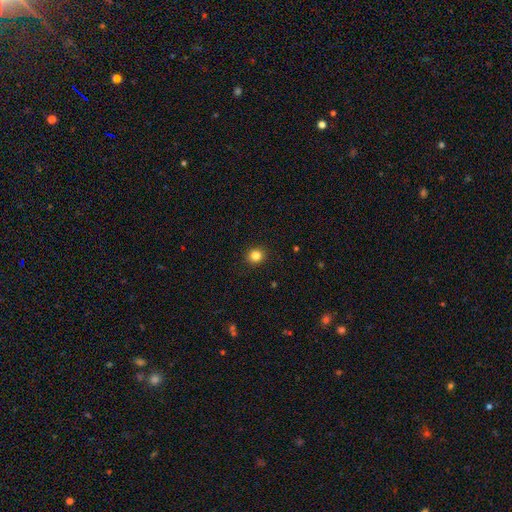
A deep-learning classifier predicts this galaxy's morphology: smooth_or_featured: smooth (p=0.84) [alt: star or artifact p=0.12]
how_rounded: round (p=0.86) [alt: in between p=0.13]
merging: none (p=0.92) [alt: minor disturbance p=0.06]